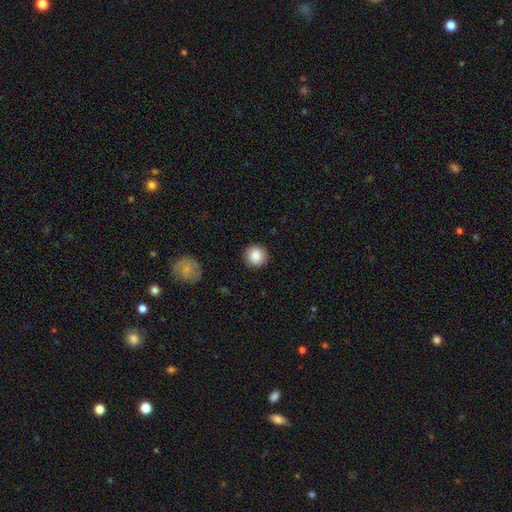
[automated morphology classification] smooth-or-featured: smooth: 88% | star or artifact: 8% | featured or disk: 4%
  how-rounded: round: 94% | in between: 5% | cigar-shaped: 1%
  merging: none: 91% | minor disturbance: 6% | major disturbance: 2% | merger: 1%